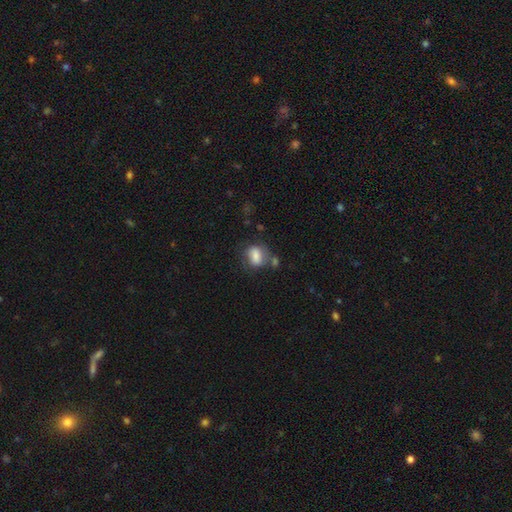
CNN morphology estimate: Q: Smooth or featured?
A: smooth (76%); runner-up: featured or disk (16%)
Q: How rounded?
A: in between (66%); runner-up: round (32%)
Q: Merging?
A: none (49%); runner-up: minor disturbance (22%)